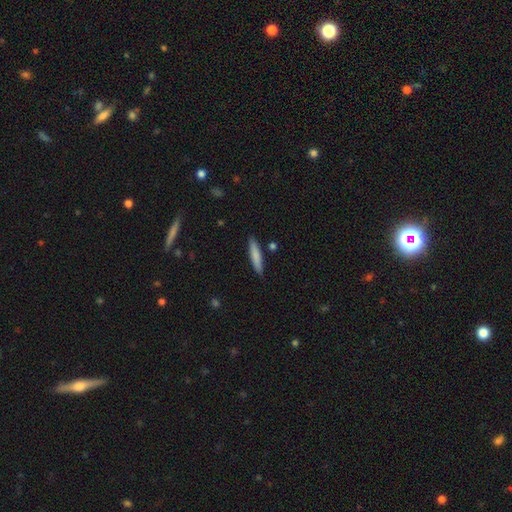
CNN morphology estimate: This appears to be a smooth galaxy with no disk features (79%) that is cigar-shaped (88%). Merging: none (86%).